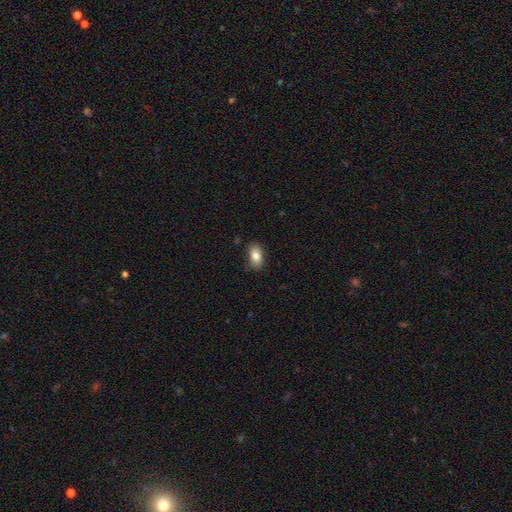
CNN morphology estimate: Overall: smooth (83%). How rounded: in between (90%). Merging: none (81%).